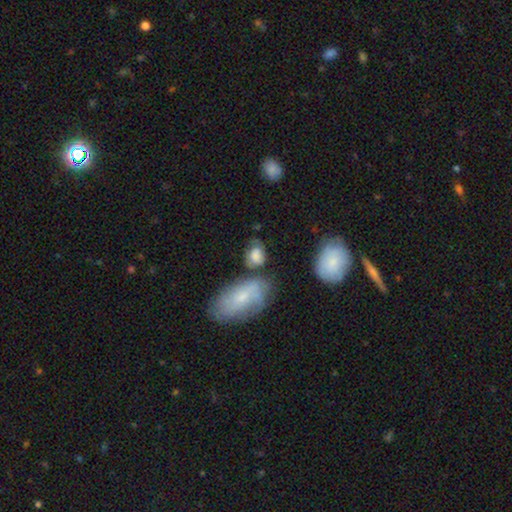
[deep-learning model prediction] Morphology: type=smooth (70%); roundness=in between (71%); merging=none (42%).